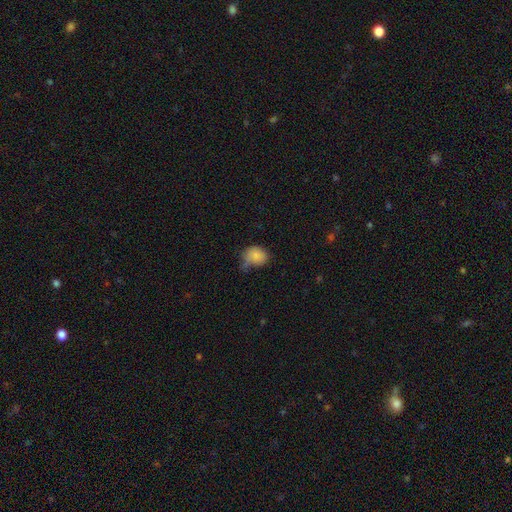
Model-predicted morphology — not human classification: Smooth or featured? Predicted: smooth (p=0.83). How rounded? Predicted: round (p=0.52). Merging? Predicted: none (p=0.42).